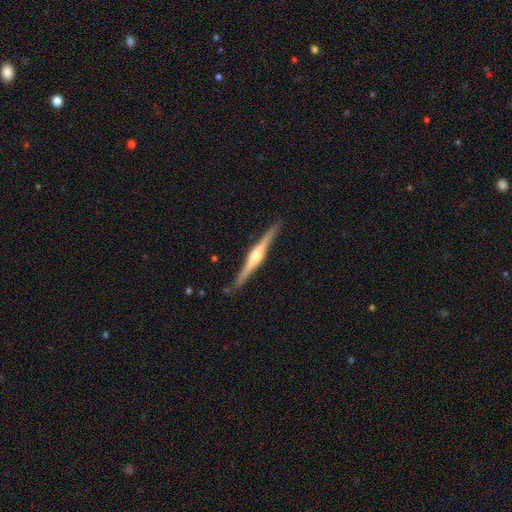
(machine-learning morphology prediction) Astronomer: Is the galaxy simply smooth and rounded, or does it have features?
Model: featured or disk — 81%.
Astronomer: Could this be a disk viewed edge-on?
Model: yes — 98%.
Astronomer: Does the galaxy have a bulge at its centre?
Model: rounded — 89%.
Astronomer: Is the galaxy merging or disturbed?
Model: none — 90%.